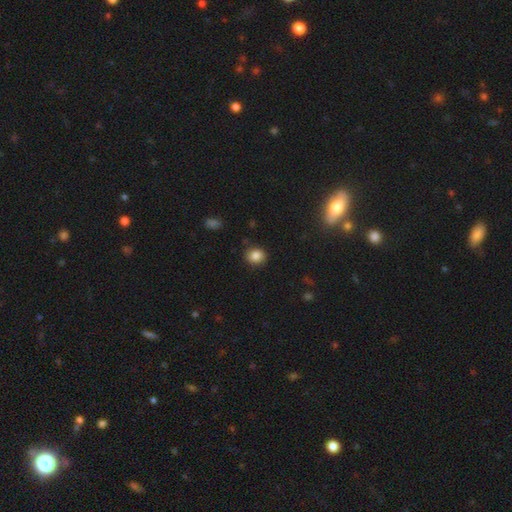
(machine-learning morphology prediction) This appears to be a smooth galaxy with no disk features (84%) that is round (76%). Merging: none (86%).